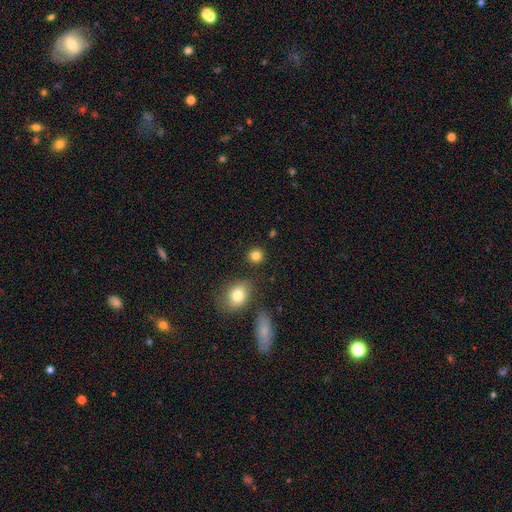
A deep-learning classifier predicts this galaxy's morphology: Overall: smooth (84%). How rounded: round (88%). Merging: none (86%).